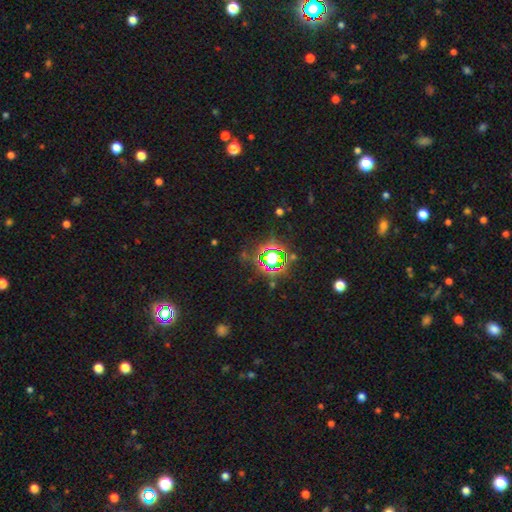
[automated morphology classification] Q: Smooth or featured?
A: star or artifact (78%); runner-up: smooth (14%)